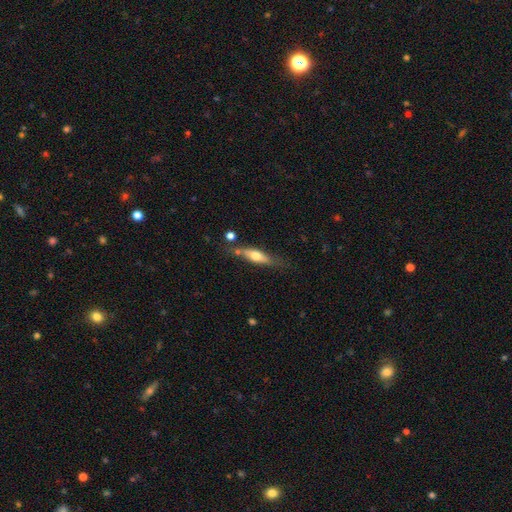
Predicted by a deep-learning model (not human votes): Smooth or featured: smooth — 53% (featured or disk — 41%)
How rounded: cigar-shaped — 60% (in between — 38%)
Merging: none — 62% (minor disturbance — 20%)